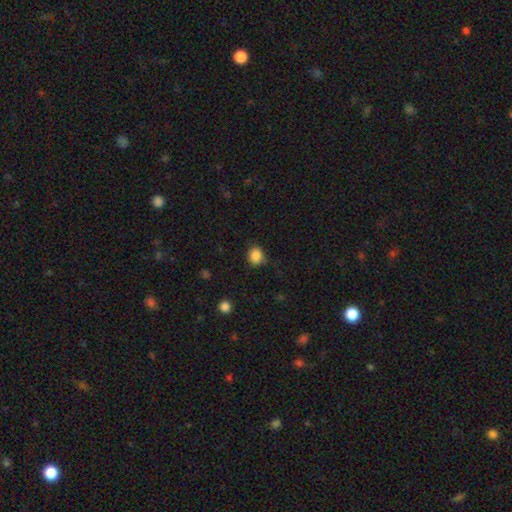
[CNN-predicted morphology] type=smooth (86%); roundness=round (58%); merging=none (77%).